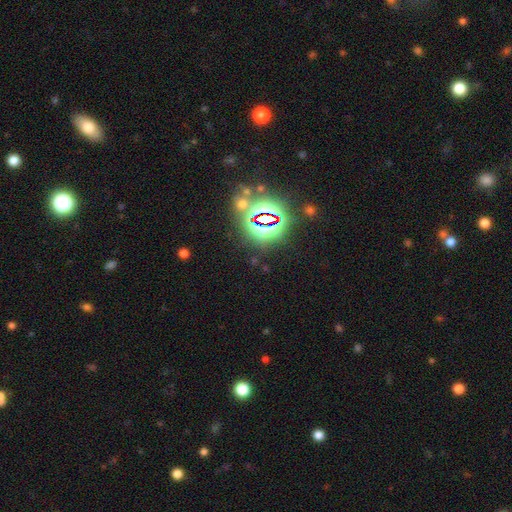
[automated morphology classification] A star or artifact, not a galaxy (78%).

Vote fractions:
- Smooth or featured? star or artifact: 78% / smooth: 13% / featured or disk: 9%